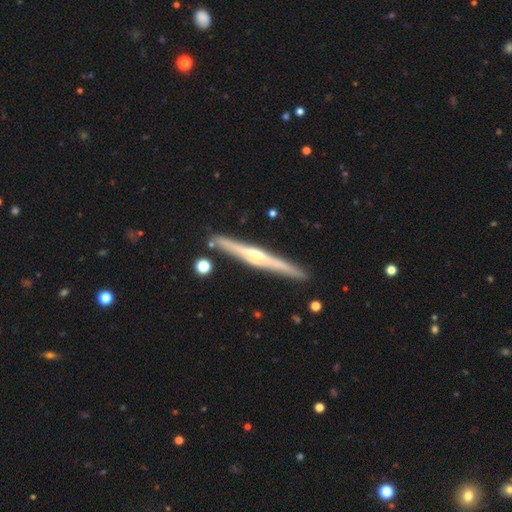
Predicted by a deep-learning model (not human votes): smooth_or_featured: featured or disk (p=0.79) [alt: smooth p=0.16]
disk_edge_on: yes (p=0.98) [alt: no p=0.02]
edge_on_bulge: rounded (p=0.75) [alt: none p=0.13]
merging: none (p=0.89) [alt: minor disturbance p=0.07]